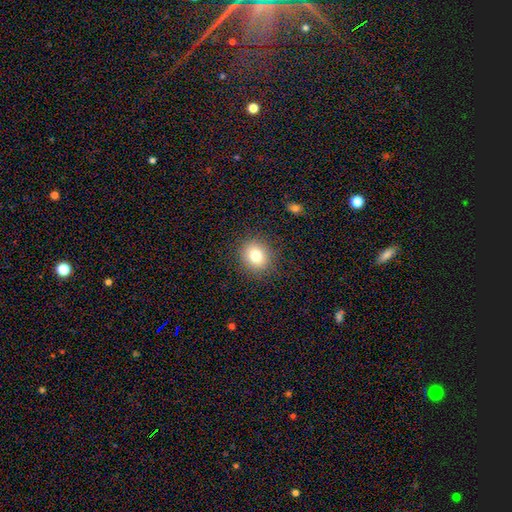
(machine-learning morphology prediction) smooth-or-featured: smooth: 79% | star or artifact: 12% | featured or disk: 10%
  how-rounded: round: 79% | in between: 20% | cigar-shaped: 1%
  merging: none: 88% | minor disturbance: 8% | major disturbance: 3% | merger: 1%